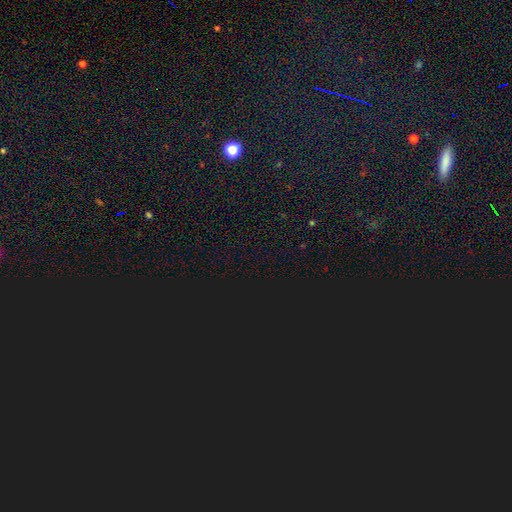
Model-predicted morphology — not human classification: A star or artifact, not a galaxy (76%).

Vote fractions:
- Smooth or featured? star or artifact: 76% / smooth: 18% / featured or disk: 7%